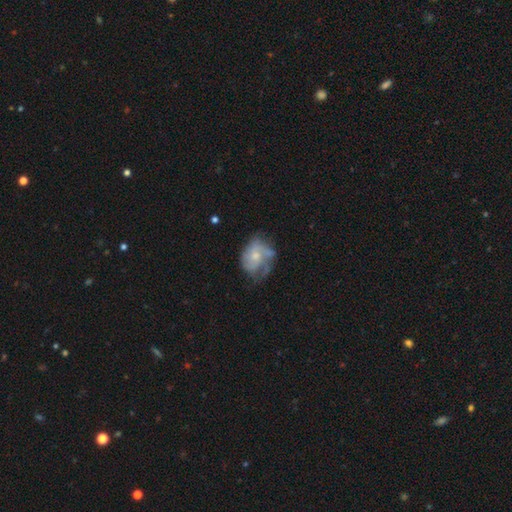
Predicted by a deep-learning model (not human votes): Smooth or featured?
  - featured or disk: 64% *
  - smooth: 29%
  - star or artifact: 7%
Edge-on disk?
  - no: 98% *
  - yes: 2%
Bar?
  - no: 76% *
  - weak: 21%
  - strong: 3%
Spiral arms?
  - yes: 76% *
  - no: 24%
Bulge size?
  - small: 50% *
  - moderate: 39%
  - none: 7%
  - large: 3%
  - dominant: 1%
Merging?
  - none: 41% *
  - minor disturbance: 29%
  - major disturbance: 25%
  - merger: 4%